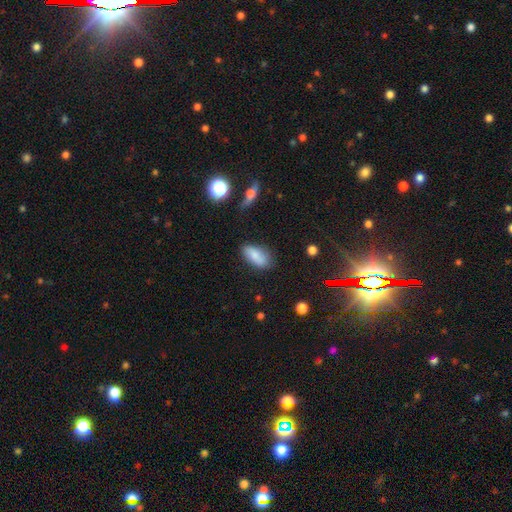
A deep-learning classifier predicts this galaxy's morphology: smooth 80%, featured or disk 12%, star or artifact 8%. Down the decision tree: how rounded — in between (89%); merging — none (74%).